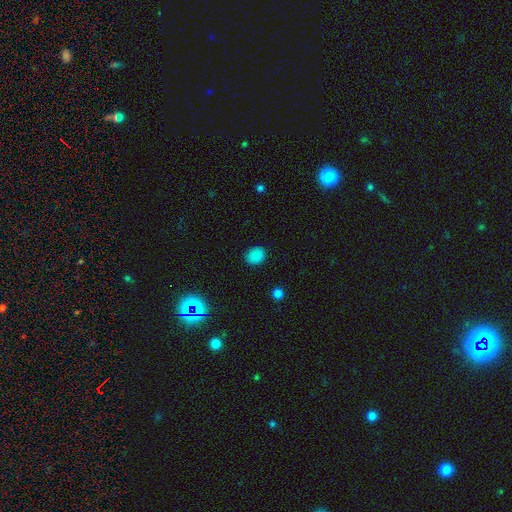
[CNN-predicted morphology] smooth_or_featured: smooth (p=0.84) [alt: star or artifact p=0.13]
how_rounded: round (p=0.54) [alt: in between p=0.45]
merging: none (p=0.87) [alt: minor disturbance p=0.09]